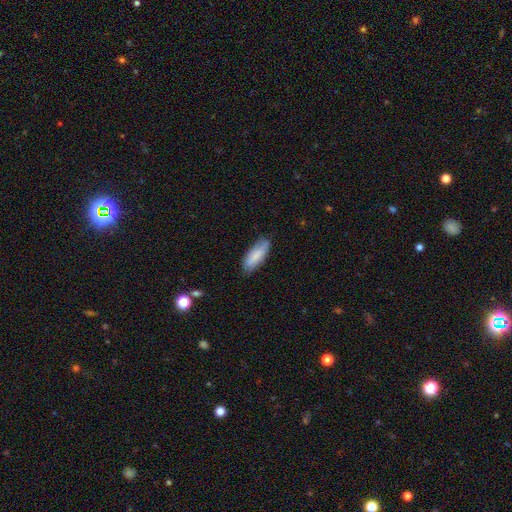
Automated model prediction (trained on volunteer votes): Smooth or featured?
  - smooth: 79% *
  - featured or disk: 15%
  - star or artifact: 6%
How rounded?
  - in between: 68% *
  - cigar-shaped: 30%
  - round: 2%
Merging?
  - none: 75% *
  - minor disturbance: 20%
  - major disturbance: 3%
  - merger: 1%